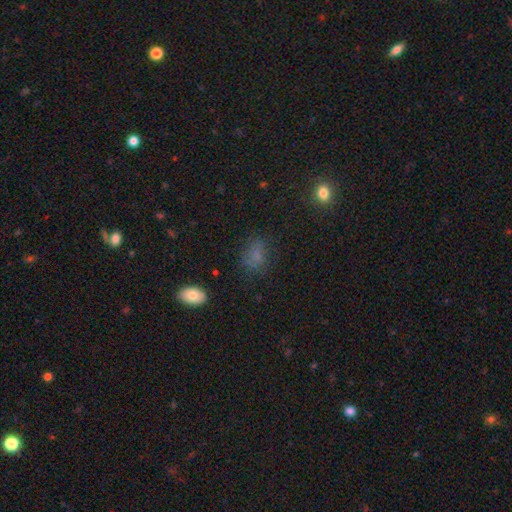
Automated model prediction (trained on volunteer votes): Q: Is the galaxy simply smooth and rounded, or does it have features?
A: smooth — 69%.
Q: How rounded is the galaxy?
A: in between — 72%.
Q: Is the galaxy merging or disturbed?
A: none — 63%.